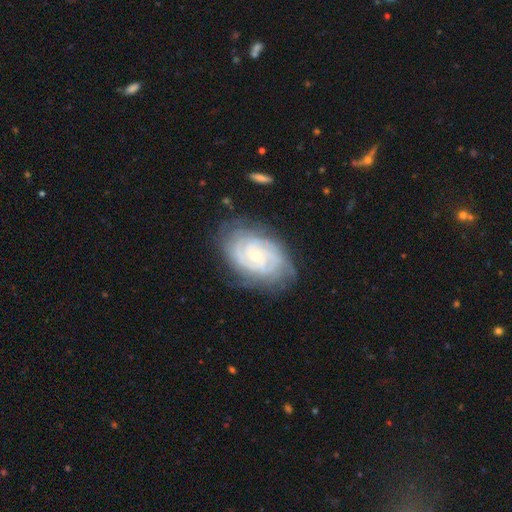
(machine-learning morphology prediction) The model was most divided on "spiral arm count": can't tell: 31%, 4: 19%, 2: 19%, 3: 17%, more than 4: 8%, 1: 6%. More confident: edge-on disk — no (97%); spiral arms — yes (97%); smooth or featured — featured or disk (87%); spiral winding — tight (79%); merging — none (77%); bulge size — small (76%); bar — no (73%).